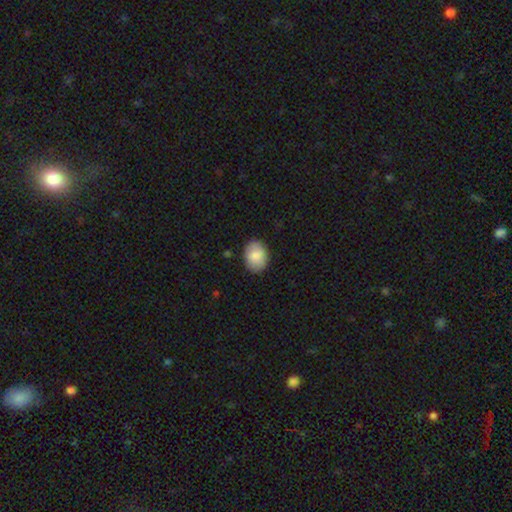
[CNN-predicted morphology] This appears to be a smooth galaxy with no disk features (86%) that is in between round and cigar-shaped (74%). Merging: none (86%).